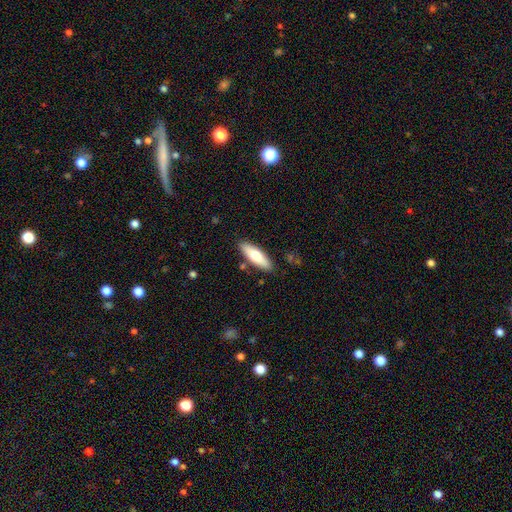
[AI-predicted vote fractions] Smooth or featured? smooth (69%)
How rounded? in between (54%)
Merging? none (85%)